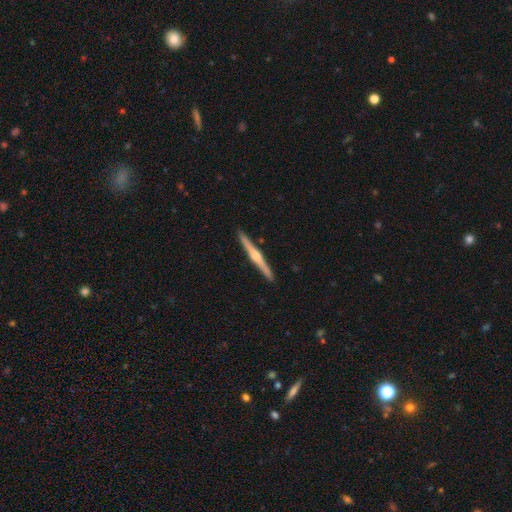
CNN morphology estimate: Overall: featured or disk (77%). Edge-on disk: yes (99%). Edge-on bulge: rounded (87%). Merging: none (93%).